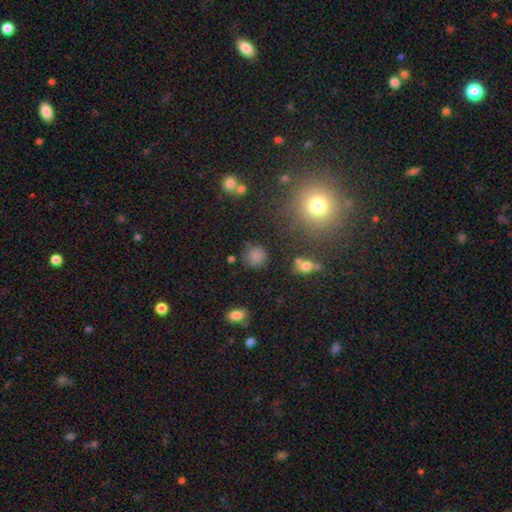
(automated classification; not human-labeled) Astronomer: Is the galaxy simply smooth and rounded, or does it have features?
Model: smooth — 78%.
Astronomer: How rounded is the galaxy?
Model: round — 88%.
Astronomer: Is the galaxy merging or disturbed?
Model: none — 78%.